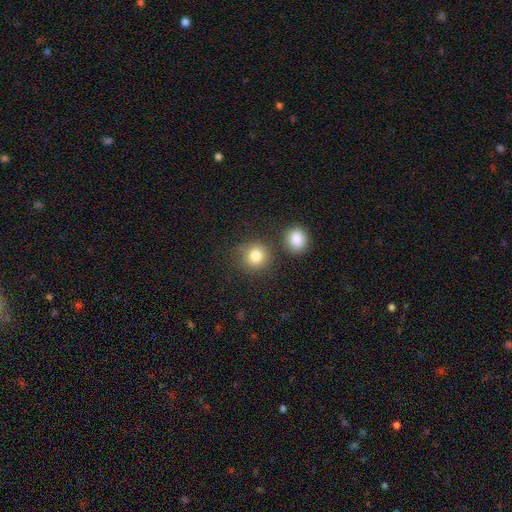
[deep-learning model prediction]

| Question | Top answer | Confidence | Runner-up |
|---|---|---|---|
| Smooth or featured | smooth | 83% | star or artifact (11%) |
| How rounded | round | 88% | in between (11%) |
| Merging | none | 74% | merger (13%) |